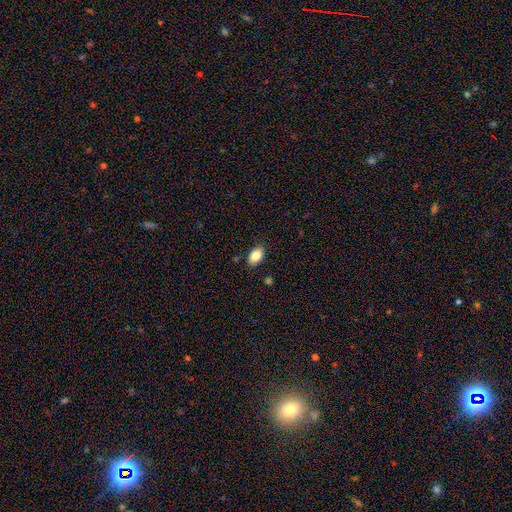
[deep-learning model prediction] Overall: smooth (84%). How rounded: in between (88%). Merging: none (86%).